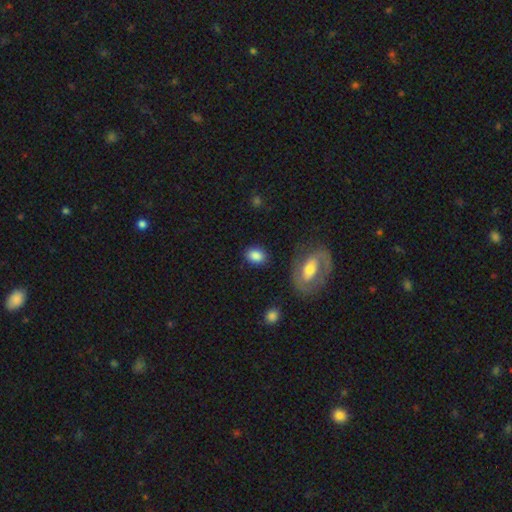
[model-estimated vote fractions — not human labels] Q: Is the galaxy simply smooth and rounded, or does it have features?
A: smooth — 85%.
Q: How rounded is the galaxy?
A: in between — 72%.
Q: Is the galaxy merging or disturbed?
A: none — 84%.